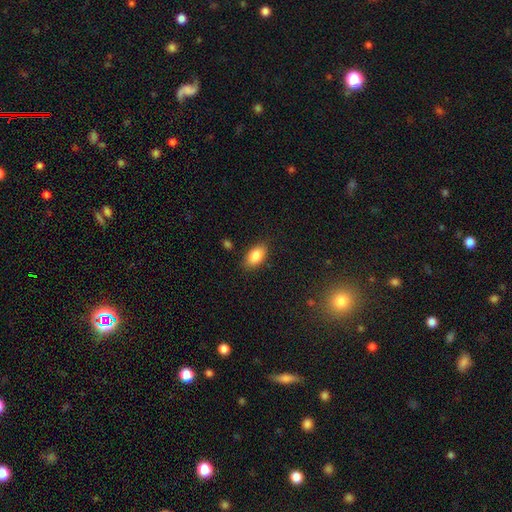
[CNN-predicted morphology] smooth_or_featured: smooth (p=0.86) [alt: star or artifact p=0.08]
how_rounded: in between (p=0.91) [alt: round p=0.06]
merging: none (p=0.84) [alt: minor disturbance p=0.11]